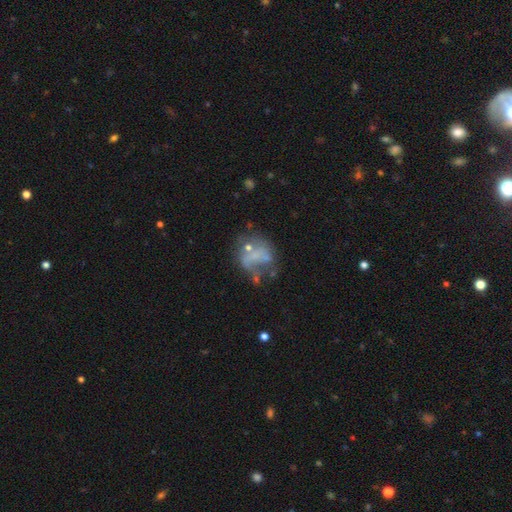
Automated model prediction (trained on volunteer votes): Smooth or featured?
  - featured or disk: 47% *
  - smooth: 39%
  - star or artifact: 14%
Merging?
  - major disturbance: 34% *
  - none: 32%
  - minor disturbance: 21%
  - merger: 13%